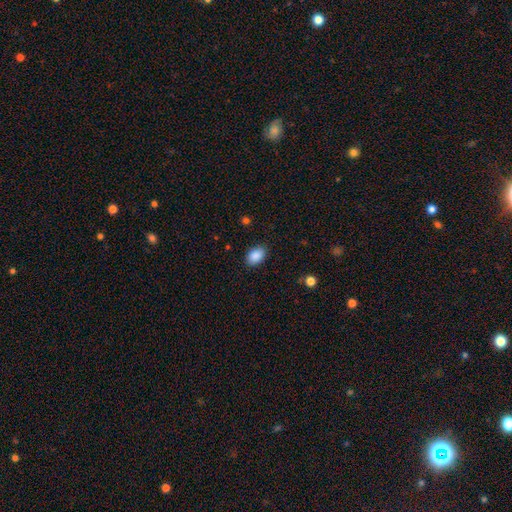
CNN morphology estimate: type=smooth (89%); roundness=in between (84%); merging=none (87%).